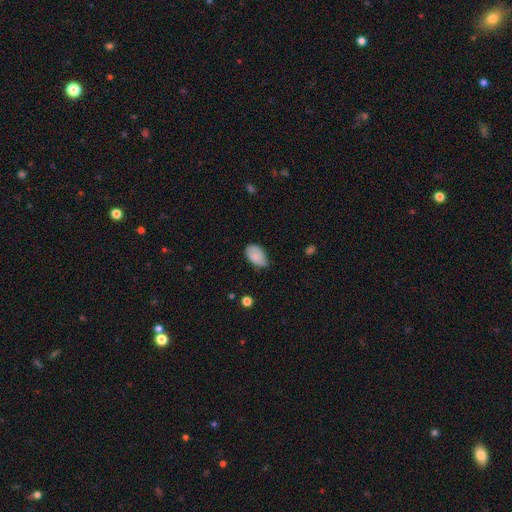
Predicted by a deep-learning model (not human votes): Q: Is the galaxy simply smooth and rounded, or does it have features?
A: smooth — 83%.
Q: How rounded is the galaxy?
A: in between — 93%.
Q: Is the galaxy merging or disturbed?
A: none — 61%.